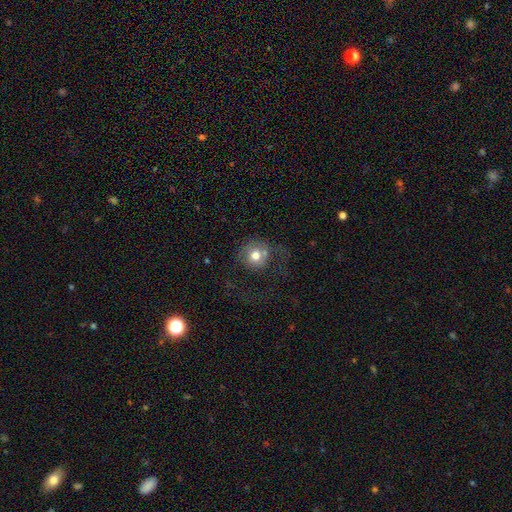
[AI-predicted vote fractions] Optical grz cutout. It shows a smooth galaxy with no disk features (67%) that is round (90%). Merging: none (42%).